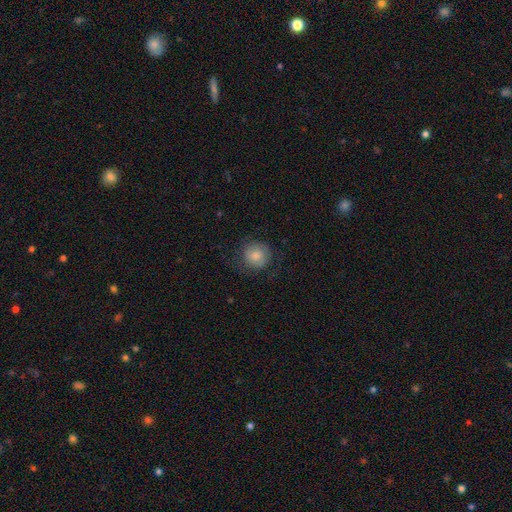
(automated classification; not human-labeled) The model was most divided on "merging": none: 71%, minor disturbance: 18%, major disturbance: 10%, merger: 1%. More confident: how rounded — round (90%); smooth or featured — smooth (76%).